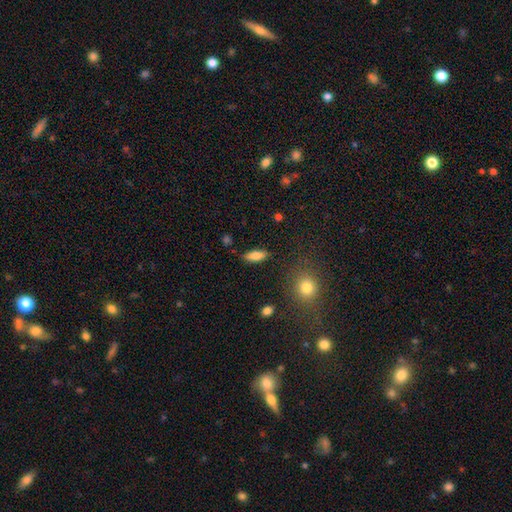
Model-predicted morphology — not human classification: smooth-or-featured: smooth: 82% | featured or disk: 10% | star or artifact: 8%
  how-rounded: in between: 73% | cigar-shaped: 25% | round: 3%
  merging: none: 85% | minor disturbance: 10% | major disturbance: 3% | merger: 2%